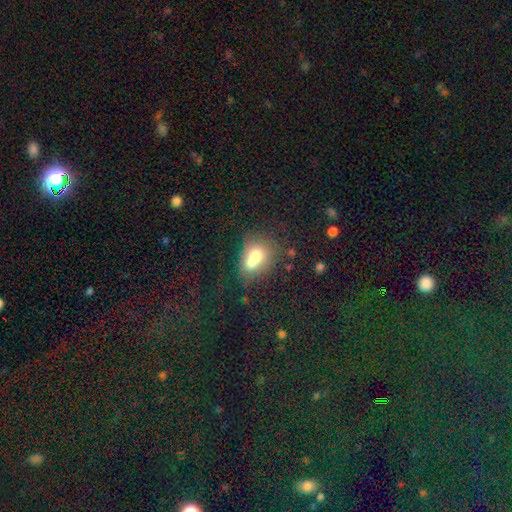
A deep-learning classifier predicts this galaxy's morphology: A smooth galaxy with no disk features (64%) that is round (57%). Merging: merger (63%).